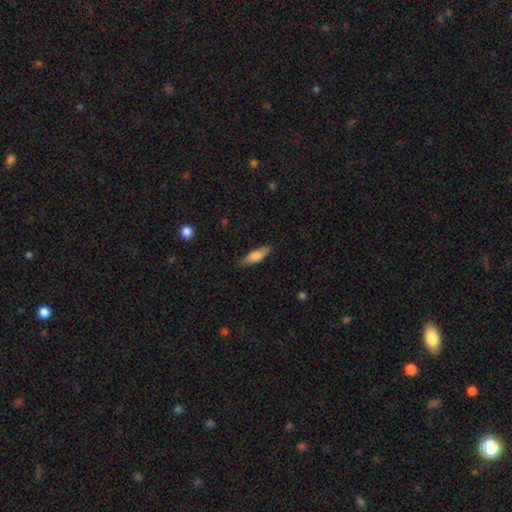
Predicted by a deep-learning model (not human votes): smooth_or_featured: smooth (p=0.70) [alt: featured or disk p=0.24]
how_rounded: cigar-shaped (p=0.52) [alt: in between p=0.46]
merging: none (p=0.79) [alt: minor disturbance p=0.16]